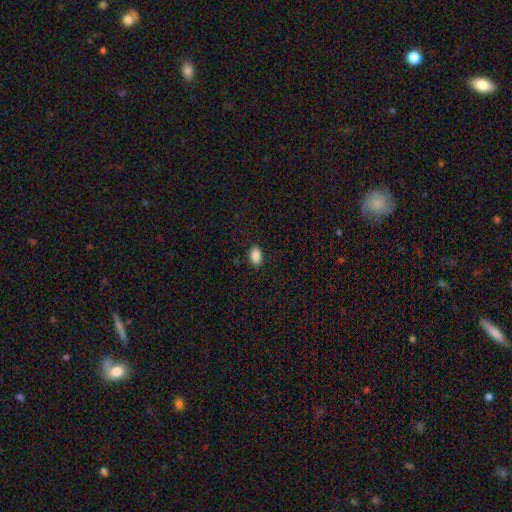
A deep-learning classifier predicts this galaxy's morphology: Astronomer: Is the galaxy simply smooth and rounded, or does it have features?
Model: smooth — 88%.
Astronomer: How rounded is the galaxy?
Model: in between — 89%.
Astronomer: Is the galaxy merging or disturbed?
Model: none — 88%.